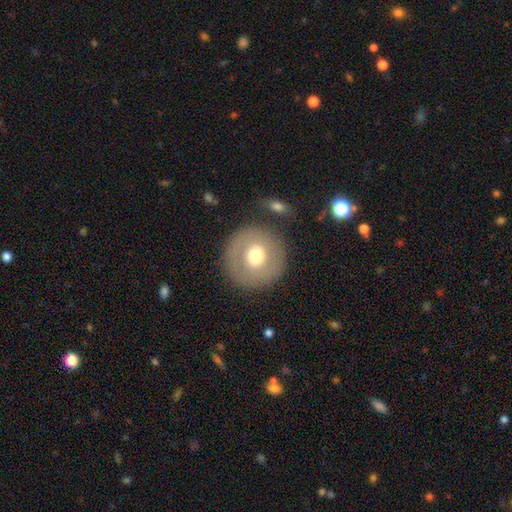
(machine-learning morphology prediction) smooth-or-featured: smooth: 60% | featured or disk: 32% | star or artifact: 8%
  how-rounded: round: 95% | in between: 4% | cigar-shaped: 1%
  merging: none: 84% | minor disturbance: 9% | major disturbance: 4% | merger: 3%